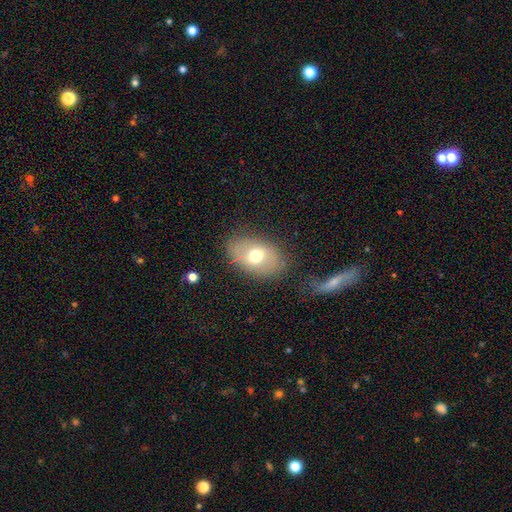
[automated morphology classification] This appears to be a smooth galaxy with no disk features (62%) that is in between round and cigar-shaped (79%). Merging: none (77%).